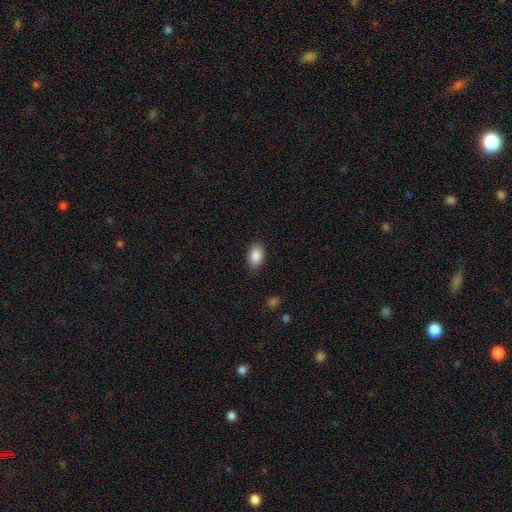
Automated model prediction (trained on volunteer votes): A smooth galaxy with no disk features (88%) that is in between round and cigar-shaped (91%).

Vote fractions:
- Smooth or featured? smooth: 88% / star or artifact: 7% / featured or disk: 4%
- How rounded? in between: 91% / round: 8% / cigar-shaped: 2%
- Merging? none: 83% / minor disturbance: 13% / major disturbance: 3% / merger: 1%